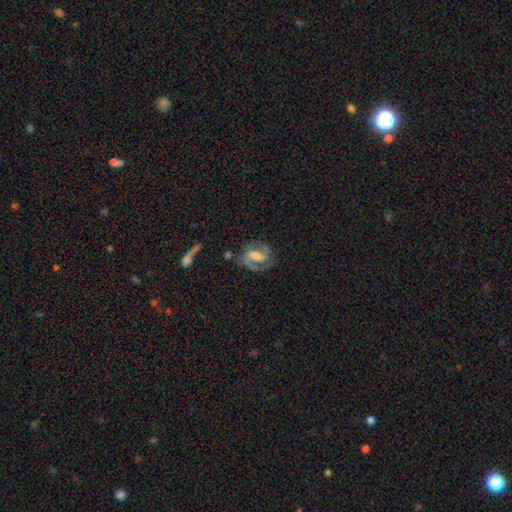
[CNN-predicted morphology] smooth_or_featured: featured or disk (p=0.81) [alt: smooth p=0.12]
disk_edge_on: no (p=0.97) [alt: yes p=0.03]
bar: weak (p=0.44) [alt: strong p=0.40]
has_spiral_arms: yes (p=0.94) [alt: no p=0.06]
spiral_winding: medium (p=0.54) [alt: tight p=0.29]
spiral_arm_count: 2 (p=0.86) [alt: can't tell p=0.05]
bulge_size: moderate (p=0.37) [alt: small p=0.26]
merging: none (p=0.67) [alt: minor disturbance p=0.18]